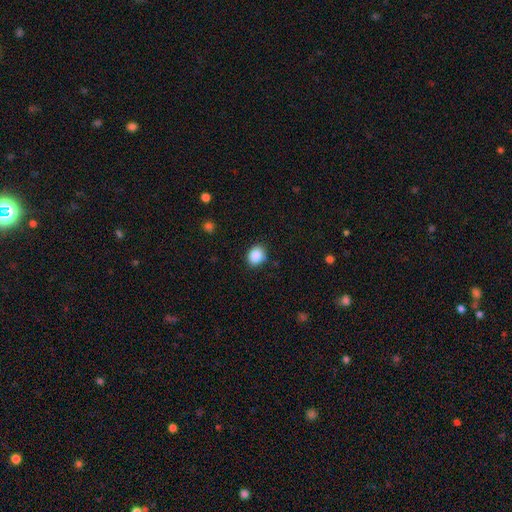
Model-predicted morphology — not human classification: The model was most divided on "how rounded": round: 55%, in between: 45%, cigar-shaped: 1%. More confident: smooth or featured — smooth (87%); merging — none (83%).